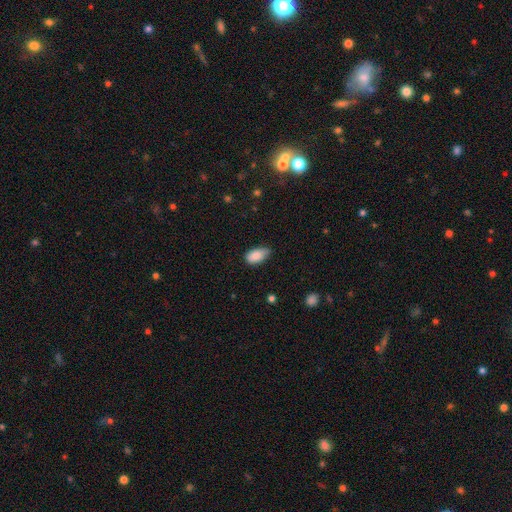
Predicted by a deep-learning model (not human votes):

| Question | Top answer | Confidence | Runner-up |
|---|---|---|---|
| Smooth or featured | smooth | 87% | star or artifact (7%) |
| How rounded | in between | 93% | round (4%) |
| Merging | none | 59% | minor disturbance (35%) |